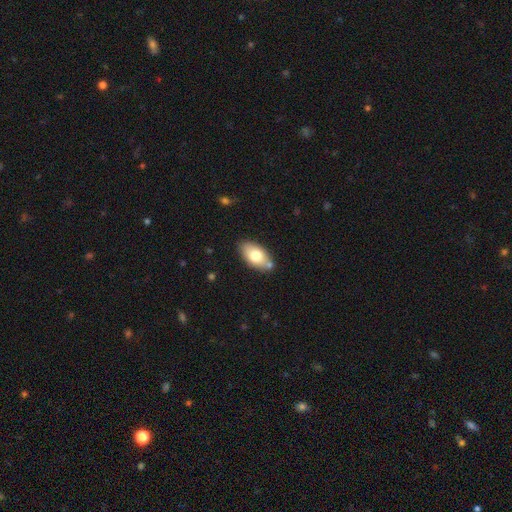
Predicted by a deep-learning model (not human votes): This is likely a smooth galaxy (75%). How rounded: clearly in between (93%). Merging: likely none (75%).